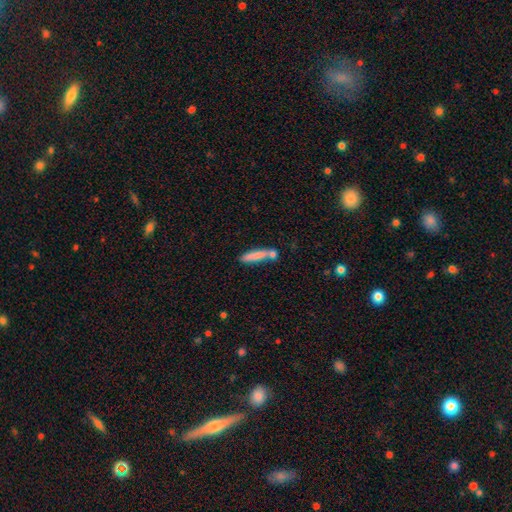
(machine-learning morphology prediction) This appears to be a smooth galaxy with no disk features (77%) that is cigar-shaped (85%). Merging: none (57%).